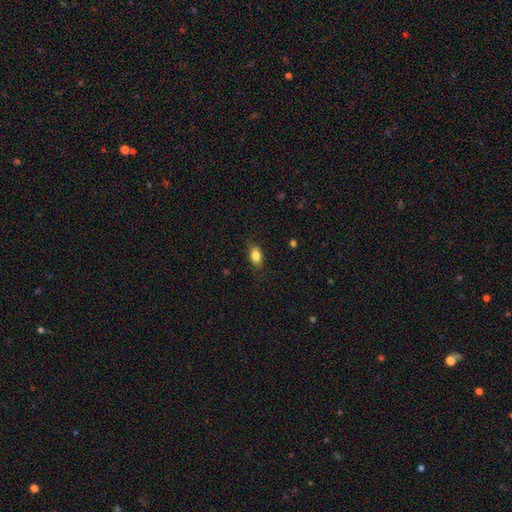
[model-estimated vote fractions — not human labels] The model was most divided on "merging": none: 85%, minor disturbance: 11%, major disturbance: 3%, merger: 1%. More confident: how rounded — in between (86%); smooth or featured — smooth (85%).